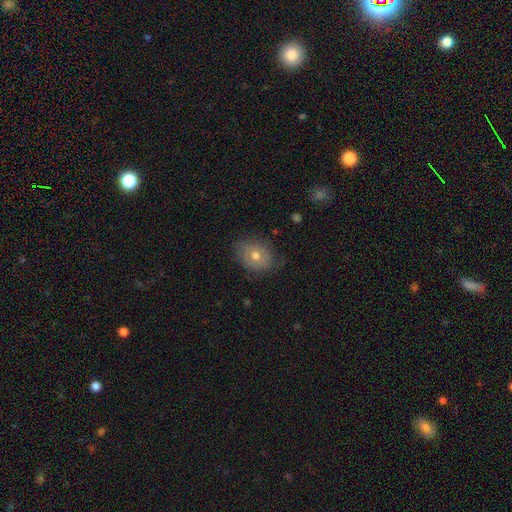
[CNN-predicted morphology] Overall: smooth (61%; featured or disk 28%). How rounded: in between (50%; round 49%). Merging: none (71%).